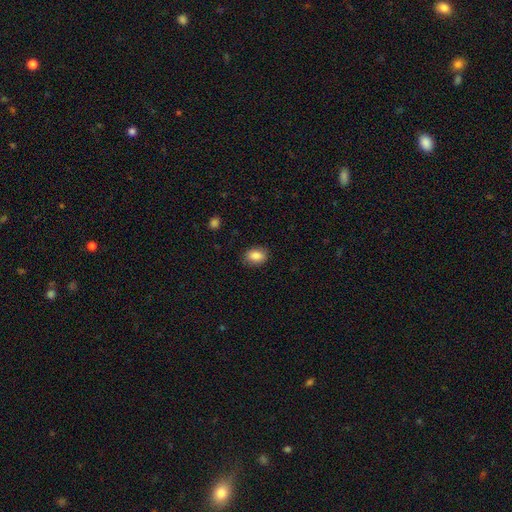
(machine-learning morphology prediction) smooth-or-featured: smooth: 87% | star or artifact: 8% | featured or disk: 5%
  how-rounded: in between: 68% | round: 31% | cigar-shaped: 1%
  merging: none: 85% | minor disturbance: 11% | major disturbance: 3% | merger: 1%